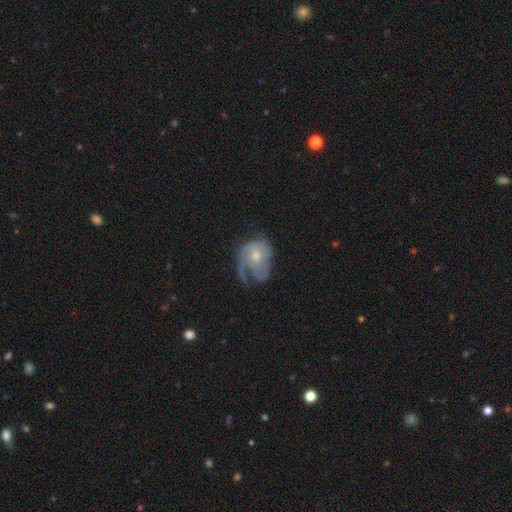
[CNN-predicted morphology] This is likely a featured or disk galaxy (66%). It is clearly not viewed edge-on (97%). Bar: likely no (76%). Spiral arm pattern: clearly yes (80%). Spiral arm count: marginally 1 (38%). Spiral winding: marginally medium (37%). Central bulge: possibly small (53%). Merging: marginally major disturbance (39%).